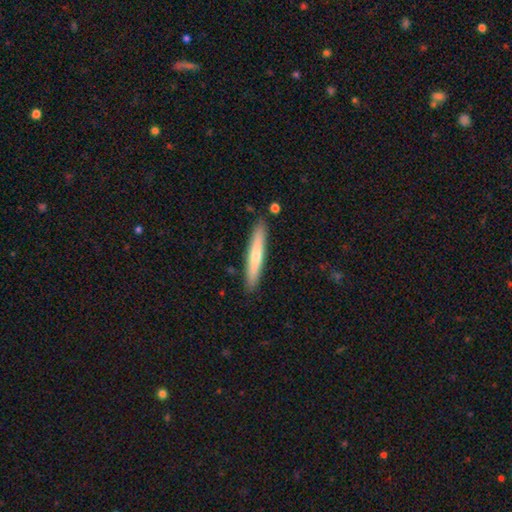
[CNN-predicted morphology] Smooth or featured?
  - smooth: 51% *
  - featured or disk: 42%
  - star or artifact: 7%
How rounded?
  - cigar-shaped: 95% *
  - in between: 4%
  - round: 1%
Merging?
  - none: 89% *
  - minor disturbance: 8%
  - merger: 2%
  - major disturbance: 1%